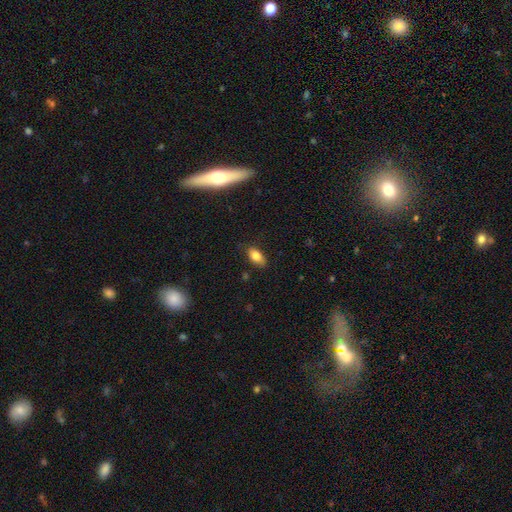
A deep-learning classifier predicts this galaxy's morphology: type=smooth (83%); roundness=in between (89%); merging=none (80%).